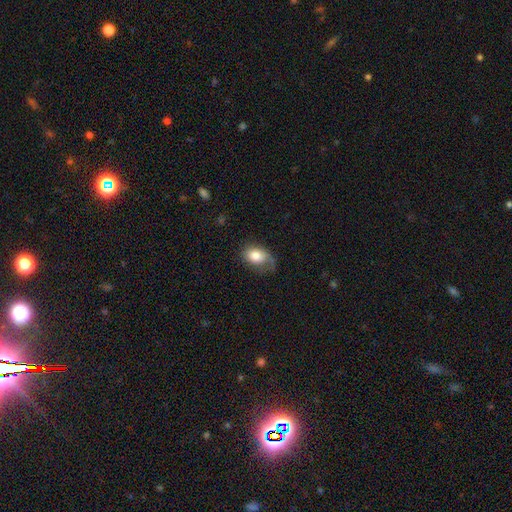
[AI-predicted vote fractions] smooth_or_featured: smooth (p=0.73) [alt: featured or disk p=0.19]
how_rounded: in between (p=0.81) [alt: round p=0.18]
merging: none (p=0.43) [alt: minor disturbance p=0.31]